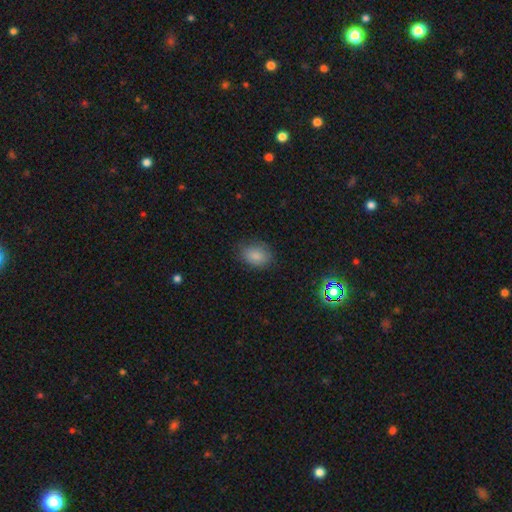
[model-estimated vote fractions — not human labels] This appears to be a smooth galaxy with no disk features (85%) that is in between round and cigar-shaped (74%). Merging: none (78%).